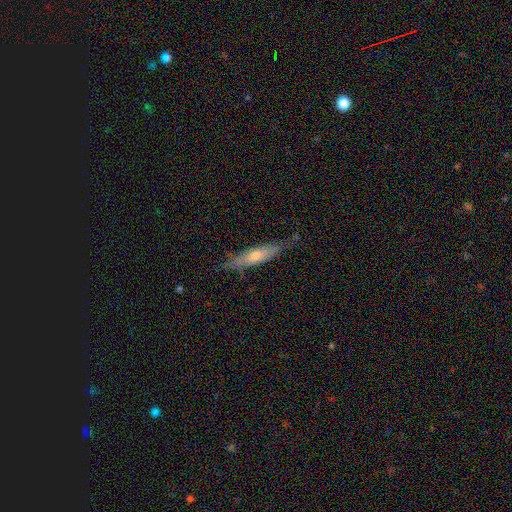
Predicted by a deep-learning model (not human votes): Smooth or featured: smooth — 51% (featured or disk — 43%)
How rounded: cigar-shaped — 78% (in between — 20%)
Merging: none — 72% (minor disturbance — 21%)